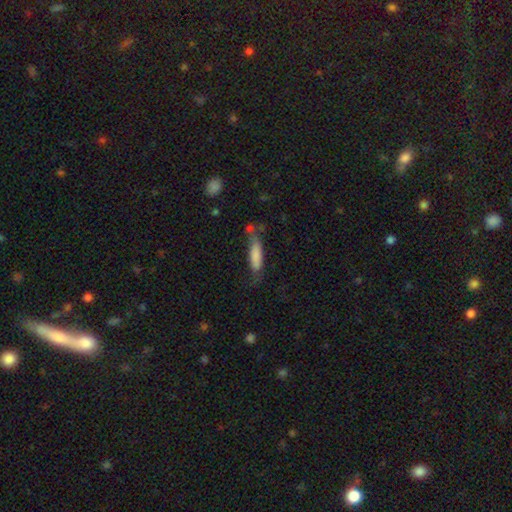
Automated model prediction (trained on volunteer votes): smooth 77%, featured or disk 17%, star or artifact 7%. Down the decision tree: how rounded — cigar-shaped (65%); merging — none (44%).